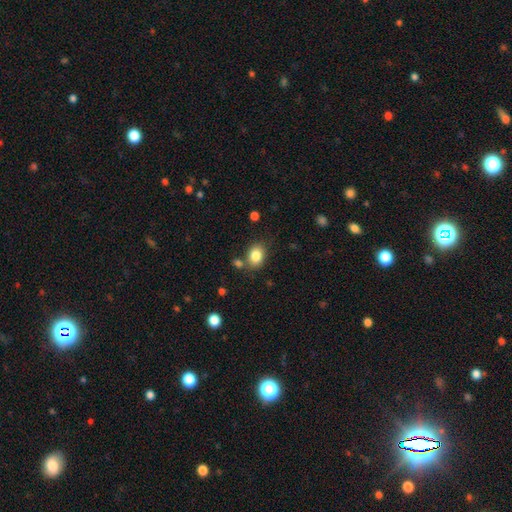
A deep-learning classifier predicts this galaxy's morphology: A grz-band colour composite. It shows a smooth galaxy with no disk features (84%) that is in between round and cigar-shaped (63%). Merging: none (74%).